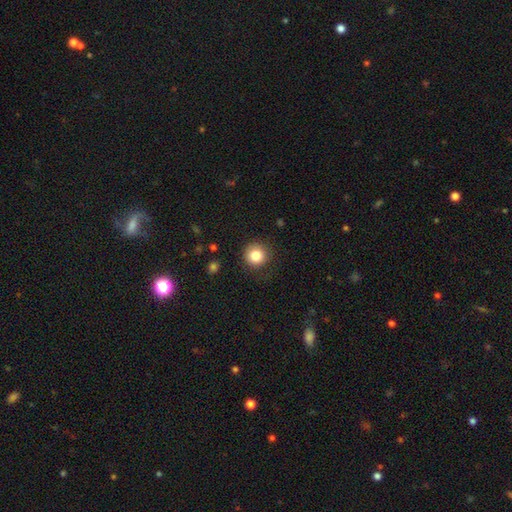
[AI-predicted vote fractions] Q: Smooth or featured?
A: smooth (83%); runner-up: star or artifact (10%)
Q: How rounded?
A: round (94%); runner-up: in between (5%)
Q: Merging?
A: none (88%); runner-up: minor disturbance (8%)